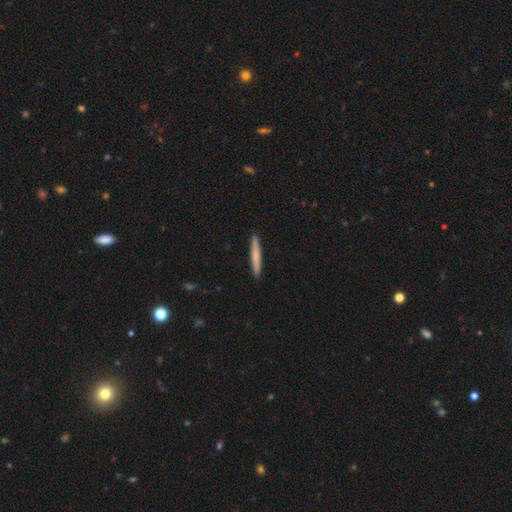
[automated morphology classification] A smooth galaxy with no disk features (71%) that is cigar-shaped (96%).

Vote fractions:
- Smooth or featured? smooth: 71% / featured or disk: 24% / star or artifact: 5%
- How rounded? cigar-shaped: 96% / in between: 3% / round: 1%
- Merging? none: 92% / minor disturbance: 6% / major disturbance: 1% / merger: 1%